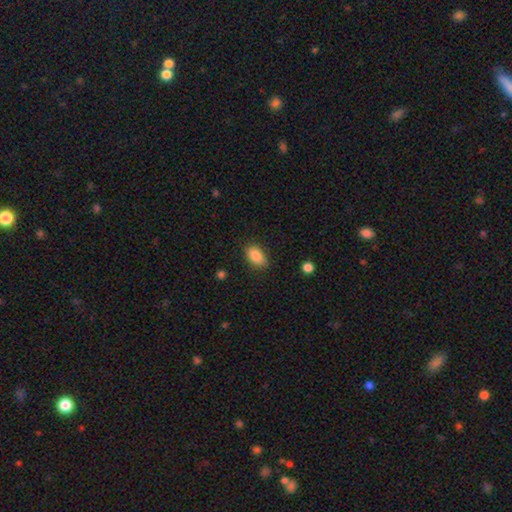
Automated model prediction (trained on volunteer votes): Morphology: type=smooth (86%); roundness=in between (89%); merging=none (84%).